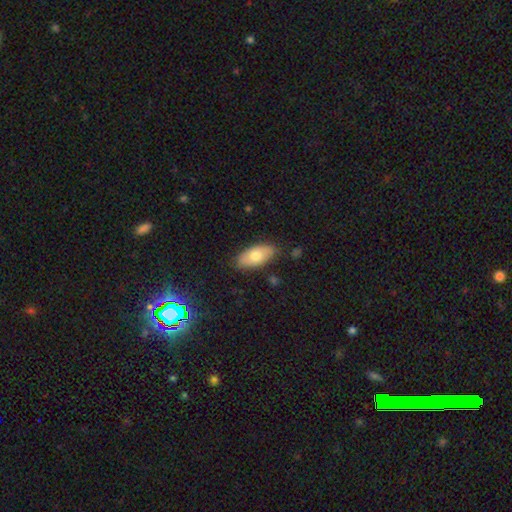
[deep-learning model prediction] This is likely a smooth galaxy (72%). How rounded: clearly in between (91%). Merging: clearly none (81%).